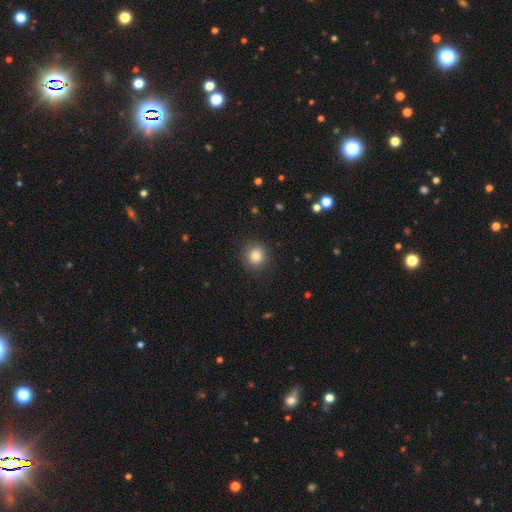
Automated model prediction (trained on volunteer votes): Smooth or featured? Predicted: smooth (p=0.83). How rounded? Predicted: round (p=0.90). Merging? Predicted: none (p=0.88).